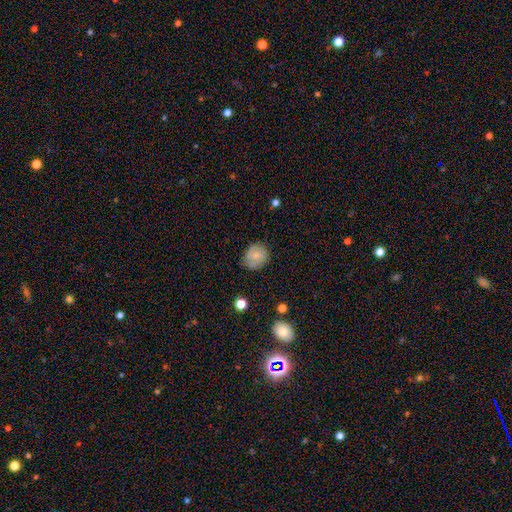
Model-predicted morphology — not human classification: Smooth or featured: smooth — 72% (featured or disk — 19%)
How rounded: round — 74% (in between — 25%)
Merging: none — 70% (minor disturbance — 22%)